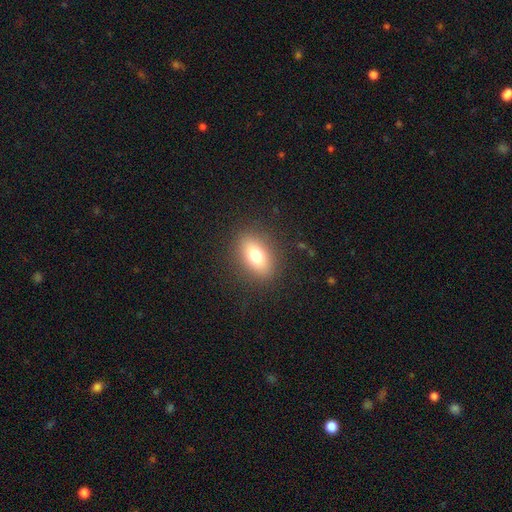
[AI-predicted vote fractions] smooth_or_featured: smooth (p=0.74) [alt: featured or disk p=0.15]
how_rounded: in between (p=0.80) [alt: round p=0.16]
merging: none (p=0.87) [alt: minor disturbance p=0.09]